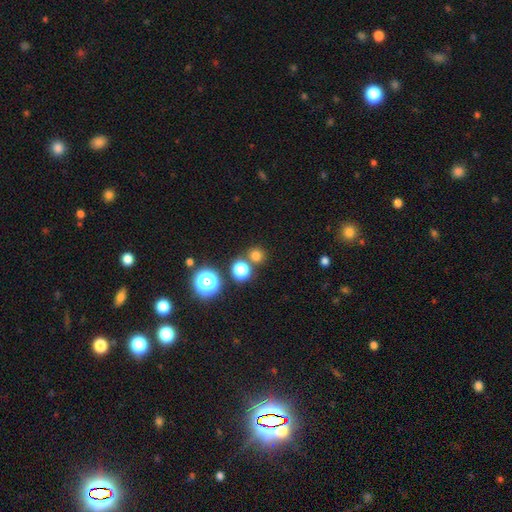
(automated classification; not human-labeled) Smooth or featured? smooth (72%)
How rounded? round (91%)
Merging? none (78%)